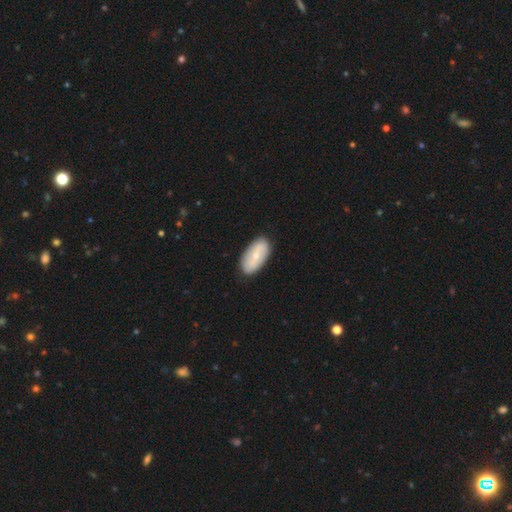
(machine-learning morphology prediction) Smooth or featured?
  - smooth: 59% *
  - featured or disk: 36%
  - star or artifact: 6%
How rounded?
  - in between: 93% *
  - cigar-shaped: 4%
  - round: 3%
Merging?
  - none: 86% *
  - minor disturbance: 10%
  - major disturbance: 2%
  - merger: 1%